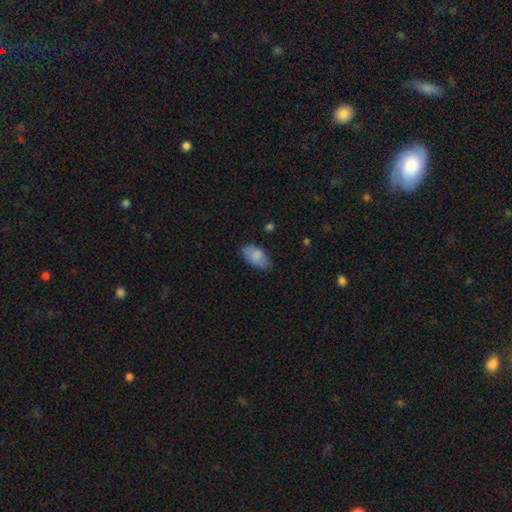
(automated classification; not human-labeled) smooth-or-featured: smooth: 80% | featured or disk: 13% | star or artifact: 7%
  how-rounded: in between: 94% | round: 3% | cigar-shaped: 3%
  merging: none: 74% | minor disturbance: 20% | major disturbance: 5% | merger: 1%